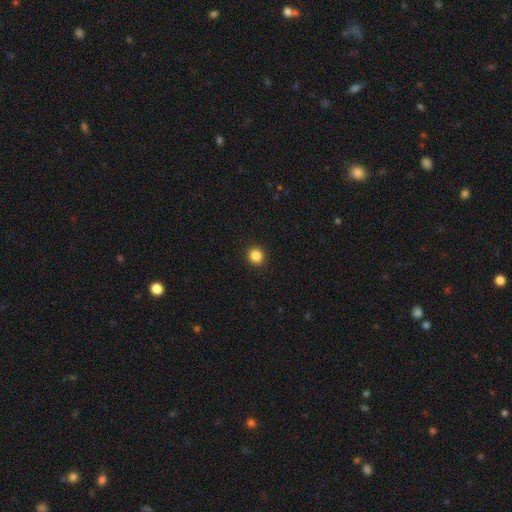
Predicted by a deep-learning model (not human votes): smooth_or_featured: smooth (p=0.86) [alt: star or artifact p=0.11]
how_rounded: round (p=0.91) [alt: in between p=0.08]
merging: none (p=0.93) [alt: minor disturbance p=0.05]